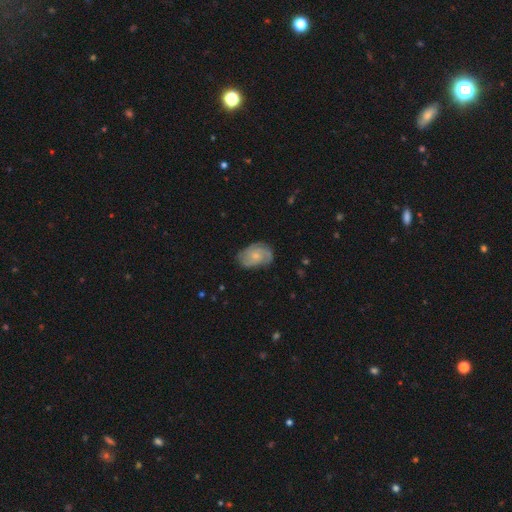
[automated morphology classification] Smooth or featured? Predicted: featured or disk (p=0.61). Edge-on disk? Predicted: no (p=0.97). Bar? Predicted: no (p=0.74). Spiral arms? Predicted: yes (p=0.88). Spiral winding? Predicted: tight (p=0.44). Spiral arm count? Predicted: 2 (p=0.31). Bulge size? Predicted: small (p=0.52). Merging? Predicted: none (p=0.69).